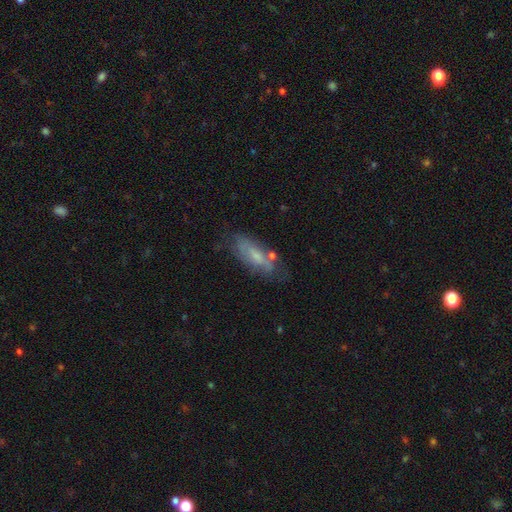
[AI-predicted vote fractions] smooth-or-featured: smooth: 51% | featured or disk: 41% | star or artifact: 8%
  how-rounded: in between: 62% | cigar-shaped: 36% | round: 2%
  merging: none: 59% | minor disturbance: 24% | major disturbance: 10% | merger: 8%